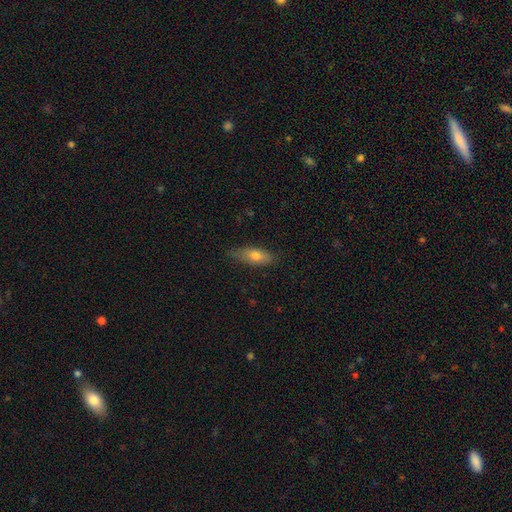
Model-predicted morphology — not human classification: Smooth or featured: smooth — 71% (featured or disk — 22%)
How rounded: in between — 73% (cigar-shaped — 24%)
Merging: none — 73% (minor disturbance — 22%)